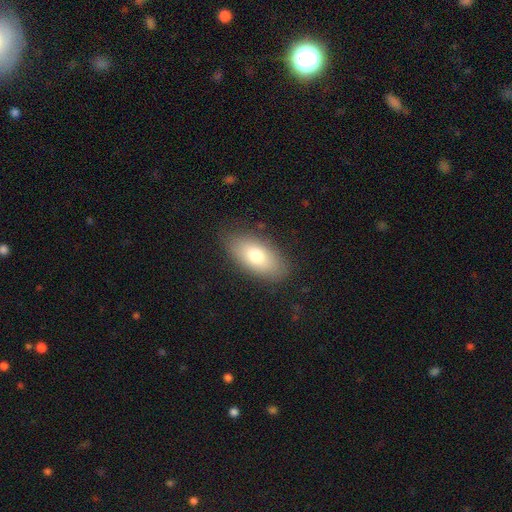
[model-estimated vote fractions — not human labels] A smooth galaxy with no disk features (75%) that is in between round and cigar-shaped (91%).

Vote fractions:
- Smooth or featured? smooth: 75% / featured or disk: 17% / star or artifact: 7%
- How rounded? in between: 91% / cigar-shaped: 5% / round: 4%
- Merging? none: 82% / minor disturbance: 13% / major disturbance: 4% / merger: 1%